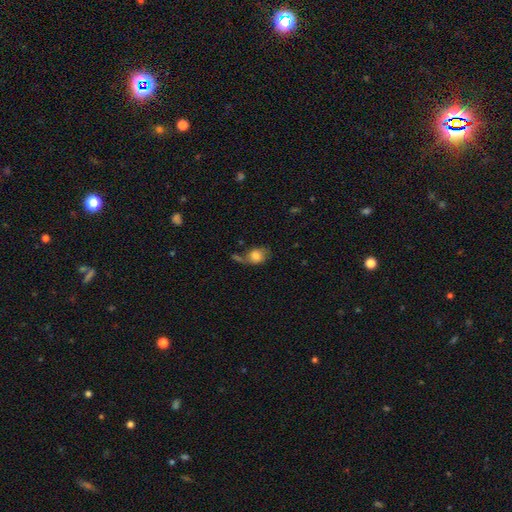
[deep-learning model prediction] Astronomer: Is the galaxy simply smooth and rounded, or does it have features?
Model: smooth — 69%.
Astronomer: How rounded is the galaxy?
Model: in between — 59% (runner-up: round, 40%).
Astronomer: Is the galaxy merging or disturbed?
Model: none — 38% (runner-up: minor disturbance, 23%).